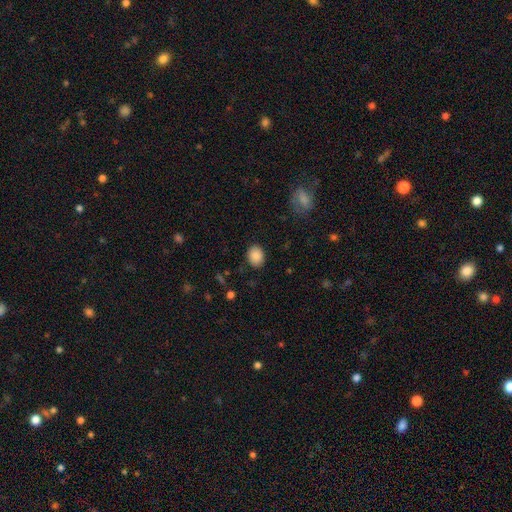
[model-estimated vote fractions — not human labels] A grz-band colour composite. It shows a smooth galaxy with no disk features (87%) that is in between round and cigar-shaped (59%). Merging: none (87%).